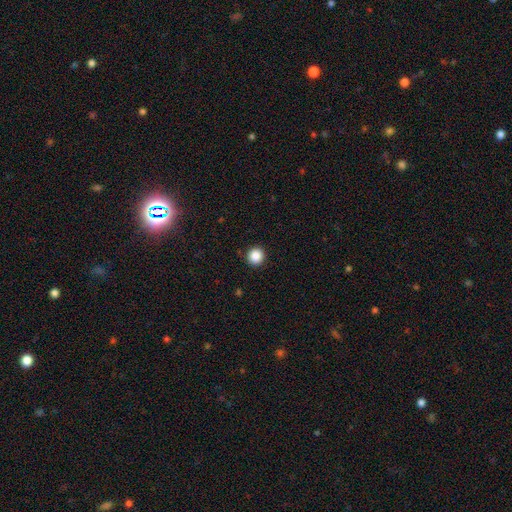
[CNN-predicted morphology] type=smooth (86%); roundness=round (95%); merging=none (92%).